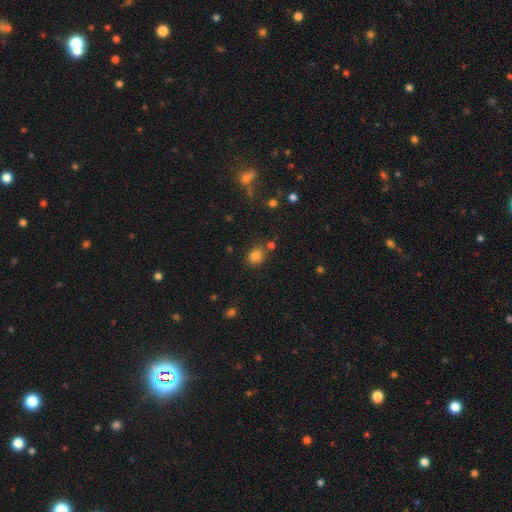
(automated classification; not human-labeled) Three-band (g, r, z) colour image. It shows a smooth galaxy with no disk features (80%) that is round (60%). Merging: none (75%).